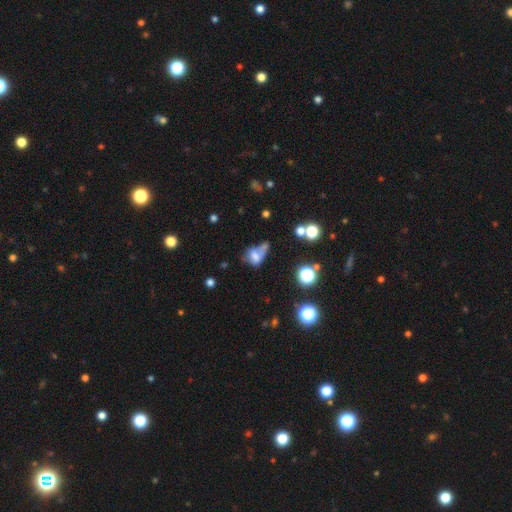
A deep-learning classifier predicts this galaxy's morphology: smooth-or-featured: smooth: 57% | featured or disk: 25% | star or artifact: 18%
  how-rounded: in between: 71% | round: 26% | cigar-shaped: 3%
  merging: merger: 34% | major disturbance: 25% | none: 21% | minor disturbance: 20%